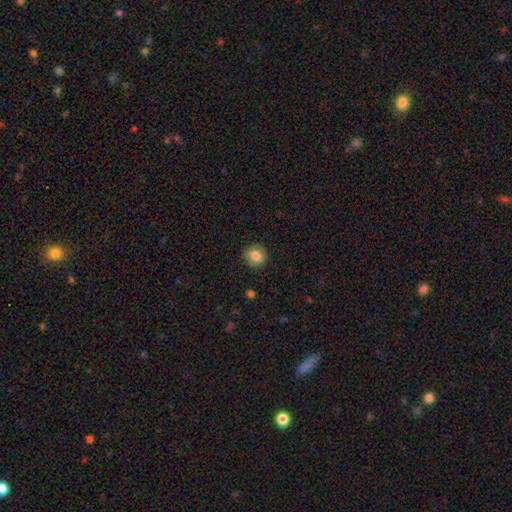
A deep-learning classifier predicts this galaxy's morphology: smooth-or-featured: smooth: 82% | featured or disk: 9% | star or artifact: 9%
  how-rounded: round: 88% | in between: 11% | cigar-shaped: 1%
  merging: none: 90% | minor disturbance: 7% | major disturbance: 2% | merger: 1%